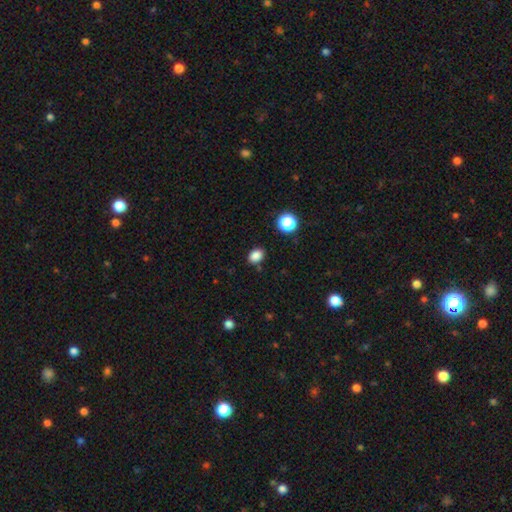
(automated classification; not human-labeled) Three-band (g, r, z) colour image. It shows a smooth galaxy with no disk features (84%) that is in between round and cigar-shaped (64%). Merging: none (84%).